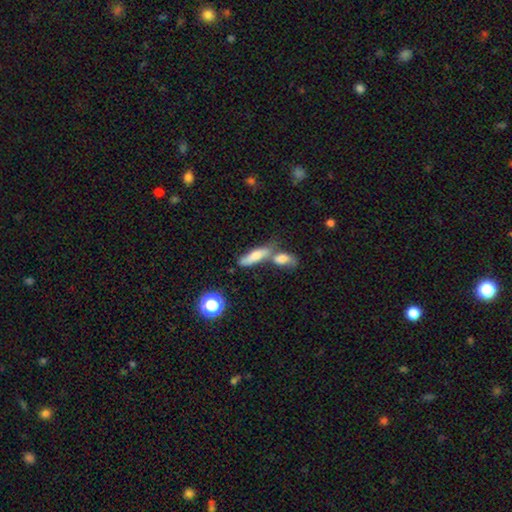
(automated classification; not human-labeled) smooth 61%, featured or disk 28%, star or artifact 11%. Down the decision tree: how rounded — cigar-shaped (57%); merging — merger (44%).